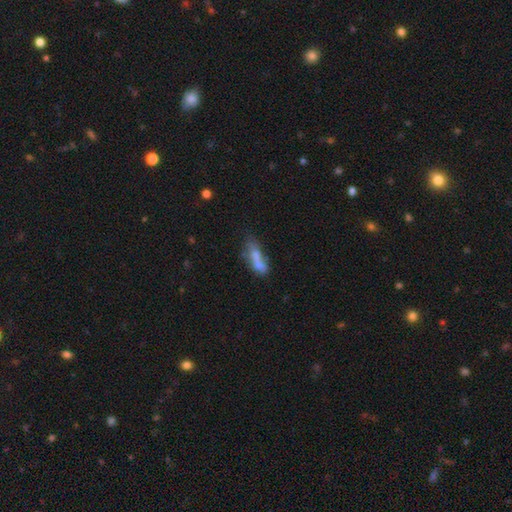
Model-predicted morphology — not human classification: This is possibly a smooth galaxy (56%). How rounded: possibly in between (56%). Merging: marginally merger (38%).